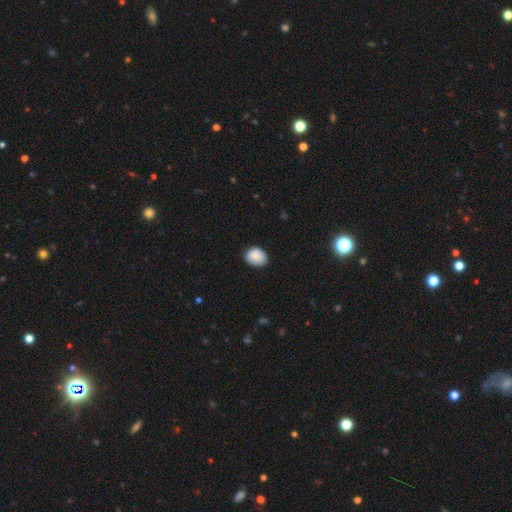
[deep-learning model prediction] Smooth or featured?
  - smooth: 85% *
  - featured or disk: 8%
  - star or artifact: 8%
How rounded?
  - round: 50% *
  - in between: 49%
  - cigar-shaped: 1%
Merging?
  - none: 73% *
  - minor disturbance: 23%
  - major disturbance: 3%
  - merger: 1%